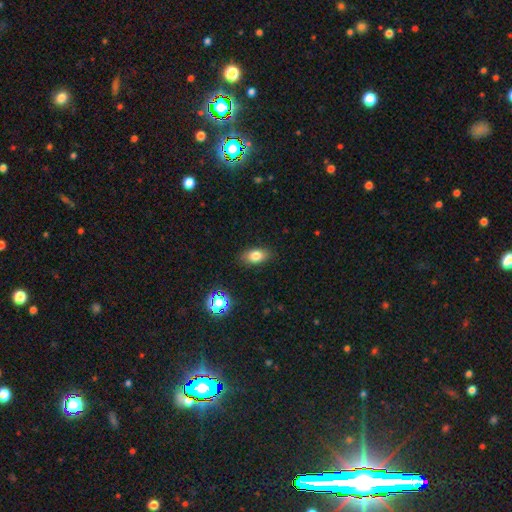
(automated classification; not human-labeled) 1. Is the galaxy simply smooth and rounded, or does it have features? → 80% smooth, 11% star or artifact, 9% featured or disk.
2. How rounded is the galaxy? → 88% in between, 9% round, 3% cigar-shaped.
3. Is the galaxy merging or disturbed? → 86% none, 10% minor disturbance, 3% major disturbance, 1% merger.